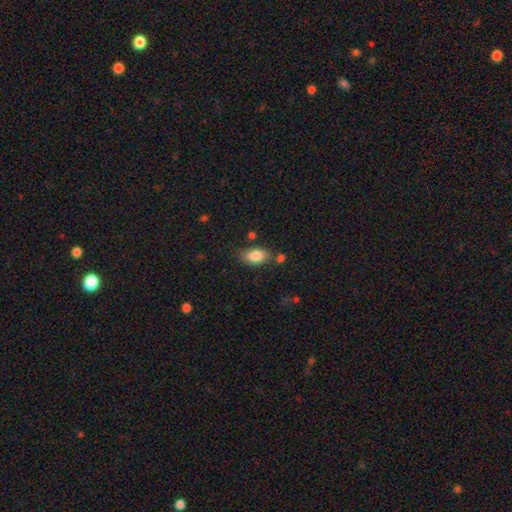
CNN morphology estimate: Smooth or featured? smooth (84%)
How rounded? in between (91%)
Merging? none (71%)